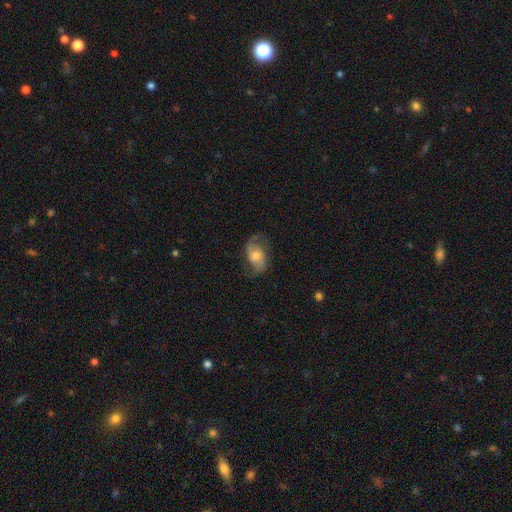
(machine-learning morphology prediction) featured or disk 69%, smooth 23%, star or artifact 8%. Down the decision tree: edge-on disk — no (96%); bar — no (60%); spiral arms — yes (91%); spiral arm count — 2 (88%); spiral winding — loose (49%); bulge size — moderate (53%); merging — none (69%).